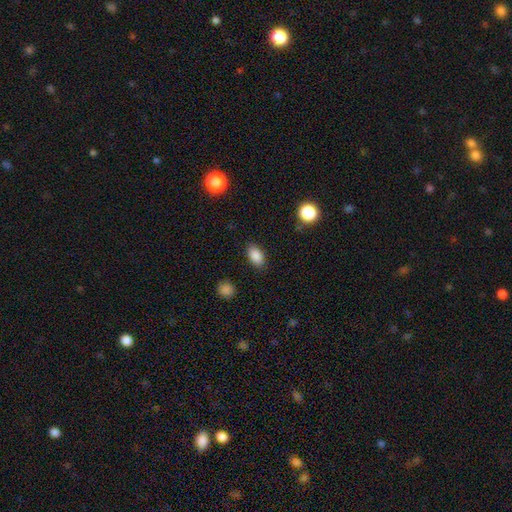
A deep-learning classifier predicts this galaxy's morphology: smooth-or-featured: smooth: 87% | star or artifact: 9% | featured or disk: 4%
  how-rounded: in between: 90% | round: 8% | cigar-shaped: 2%
  merging: none: 87% | minor disturbance: 9% | major disturbance: 3% | merger: 1%